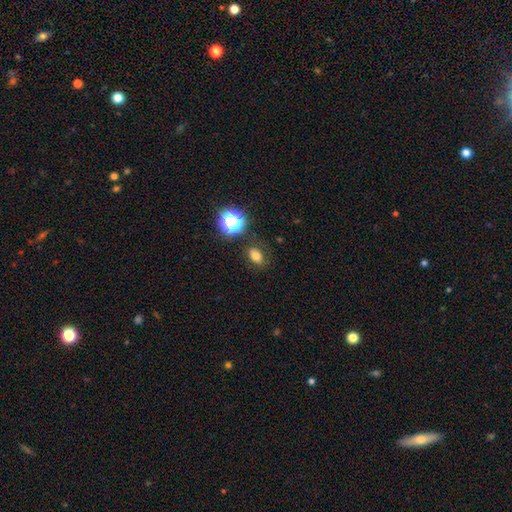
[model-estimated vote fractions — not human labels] Smooth or featured? smooth (73%)
How rounded? in between (75%)
Merging? none (82%)